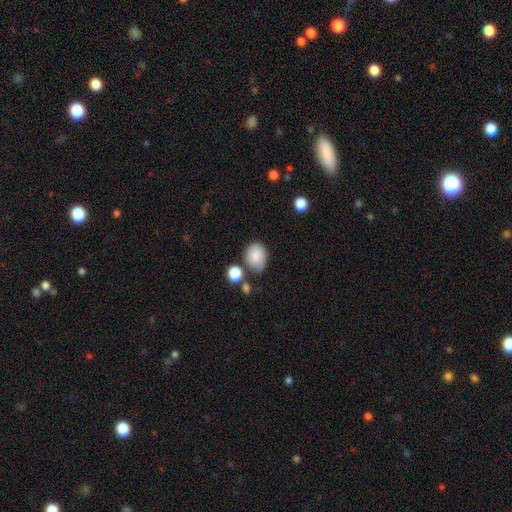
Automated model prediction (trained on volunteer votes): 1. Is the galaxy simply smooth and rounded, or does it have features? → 84% smooth, 8% star or artifact, 7% featured or disk.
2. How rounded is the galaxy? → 52% in between, 47% round, 1% cigar-shaped.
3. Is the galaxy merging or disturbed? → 63% none, 23% minor disturbance, 9% merger, 6% major disturbance.